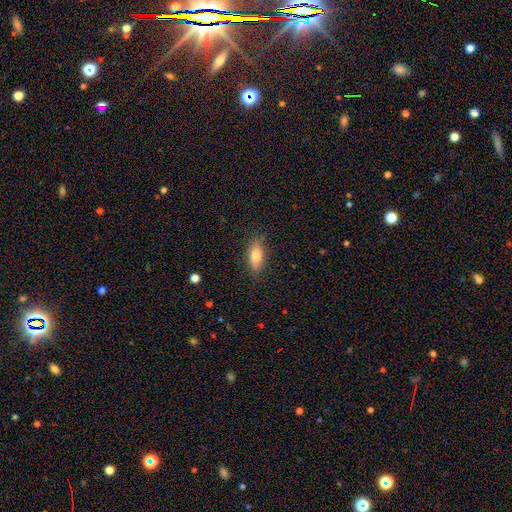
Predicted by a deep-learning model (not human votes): smooth 72%, featured or disk 20%, star or artifact 8%. Down the decision tree: how rounded — in between (76%); merging — none (85%).